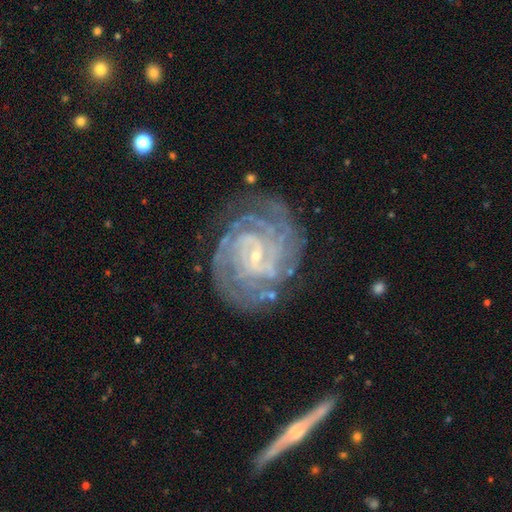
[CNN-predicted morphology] A featured or disk galaxy (89%) with a weak bar (46%), tight (74%) spiral arms (97%) and a small central bulge (82%).

Vote fractions:
- Smooth or featured? featured or disk: 89% / star or artifact: 6% / smooth: 5%
- Edge-on disk? no: 97% / yes: 3%
- Bar? weak: 46% / no: 36% / strong: 18%
- Spiral arms? yes: 97% / no: 3%
- Spiral winding? tight: 74% / medium: 22% / loose: 4%
- Spiral arm count? can't tell: 27% / 2: 21% / 4: 18% / 3: 17% / more than 4: 9% / 1: 7%
- Bulge size? small: 82% / moderate: 13% / none: 3% / large: 1% / dominant: 1%
- Merging? none: 74% / minor disturbance: 17% / major disturbance: 7% / merger: 2%